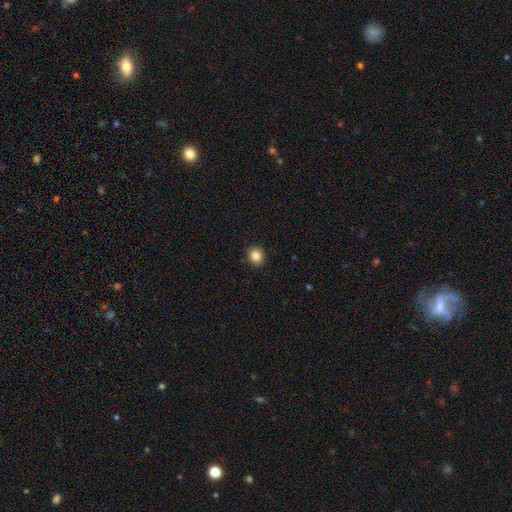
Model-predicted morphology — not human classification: This appears to be a smooth galaxy with no disk features (85%) that is round (78%). Merging: none (89%).